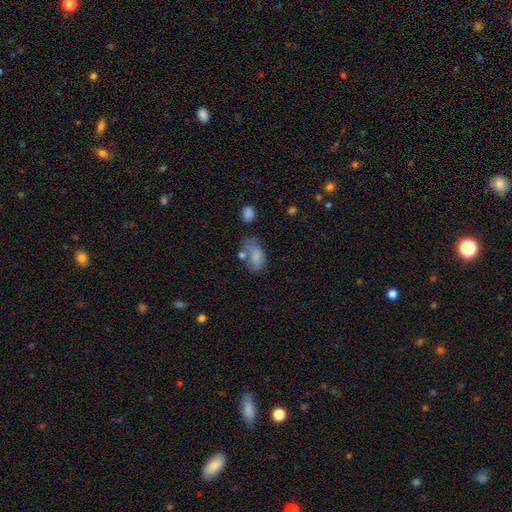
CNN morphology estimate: Q: Smooth or featured?
A: smooth (72%); runner-up: featured or disk (18%)
Q: How rounded?
A: in between (90%); runner-up: round (9%)
Q: Merging?
A: none (33%); runner-up: minor disturbance (28%)